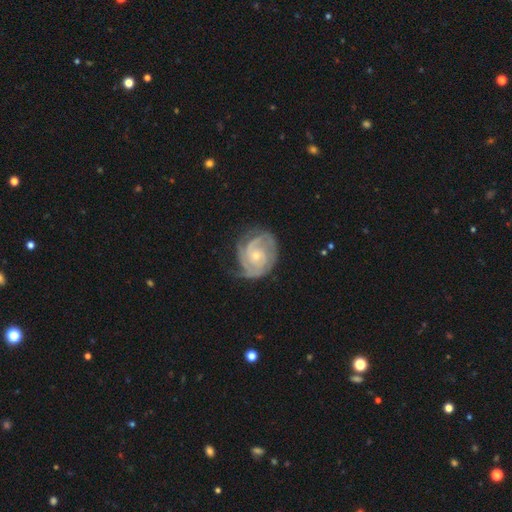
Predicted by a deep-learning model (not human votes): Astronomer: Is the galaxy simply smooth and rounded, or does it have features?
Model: featured or disk — 87%.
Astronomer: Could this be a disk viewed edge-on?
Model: no — 98%.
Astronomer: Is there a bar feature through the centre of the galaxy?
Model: no — 72%.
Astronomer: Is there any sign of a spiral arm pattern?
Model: yes — 96%.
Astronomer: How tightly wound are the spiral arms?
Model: tight — 65%.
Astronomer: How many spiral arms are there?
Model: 2 — 36% (runner-up: 3, 27%).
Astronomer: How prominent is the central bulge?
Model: small — 65%.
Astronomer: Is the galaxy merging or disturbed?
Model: none — 64%.